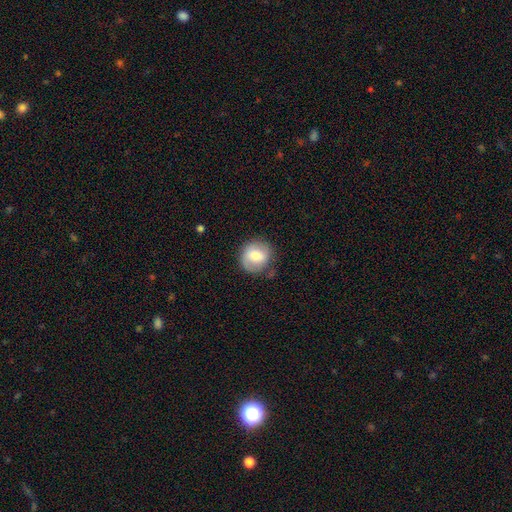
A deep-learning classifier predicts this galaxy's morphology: This is likely a smooth galaxy (62%). How rounded: clearly round (86%). Merging: likely none (75%).